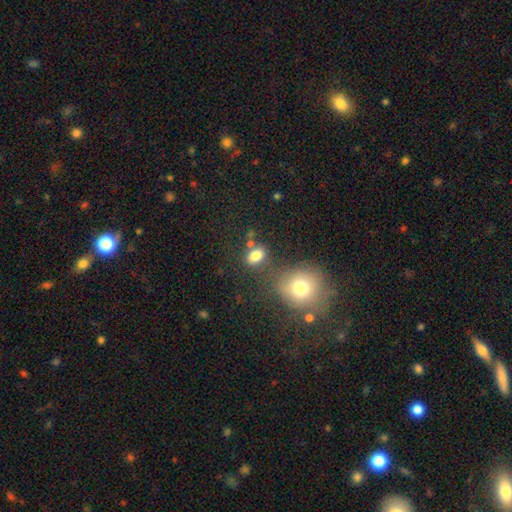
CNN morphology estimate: A smooth galaxy with no disk features (81%) that is in between round and cigar-shaped (74%).

Vote fractions:
- Smooth or featured? smooth: 81% / star or artifact: 11% / featured or disk: 8%
- How rounded? in between: 74% / round: 24% / cigar-shaped: 2%
- Merging? none: 66% / merger: 15% / minor disturbance: 14% / major disturbance: 5%